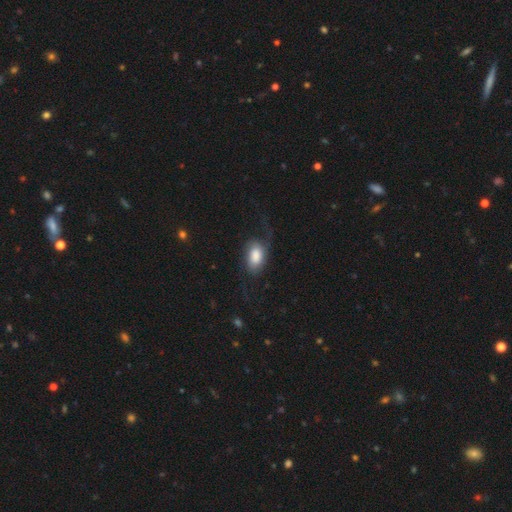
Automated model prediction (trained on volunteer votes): Smooth or featured: smooth — 62% (featured or disk — 30%)
How rounded: in between — 91% (round — 7%)
Merging: none — 42% (major disturbance — 35%)